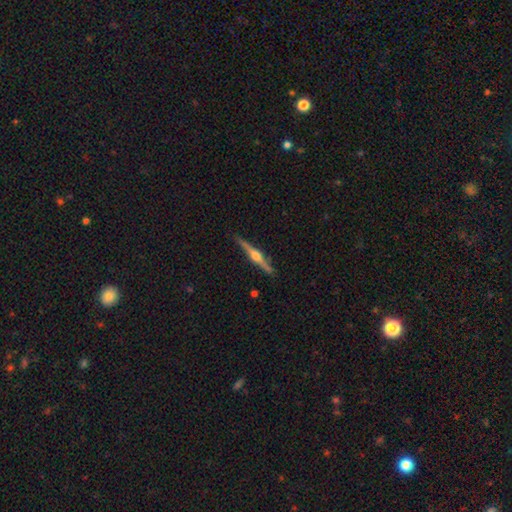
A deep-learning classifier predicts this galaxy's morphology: Overall: featured or disk (79%). Edge-on disk: yes (98%). Edge-on bulge: rounded (93%). Merging: none (88%).